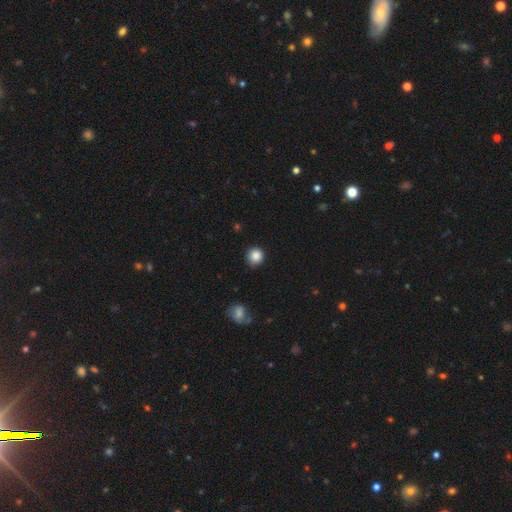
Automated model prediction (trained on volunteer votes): This is clearly a smooth galaxy (87%). How rounded: clearly round (92%). Merging: clearly none (86%).